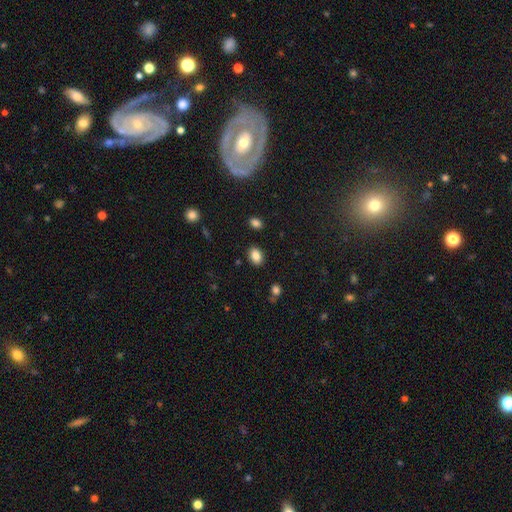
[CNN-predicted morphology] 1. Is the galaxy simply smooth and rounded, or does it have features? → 85% smooth, 9% star or artifact, 6% featured or disk.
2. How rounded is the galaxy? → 78% in between, 21% round, 1% cigar-shaped.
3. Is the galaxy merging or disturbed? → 87% none, 9% minor disturbance, 2% major disturbance, 2% merger.